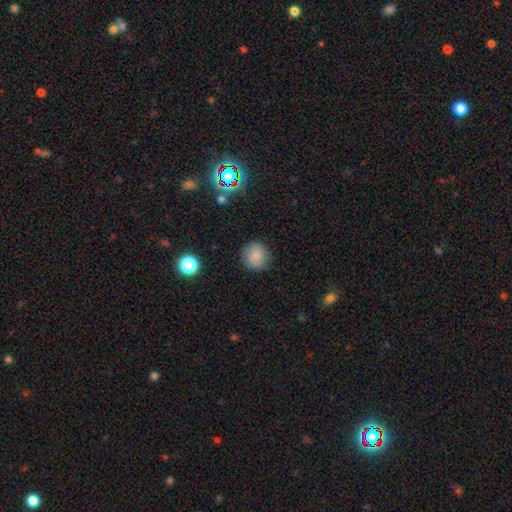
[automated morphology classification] Smooth or featured?
  - smooth: 82% *
  - star or artifact: 11%
  - featured or disk: 7%
How rounded?
  - round: 92% *
  - in between: 7%
  - cigar-shaped: 1%
Merging?
  - none: 87% *
  - minor disturbance: 9%
  - major disturbance: 3%
  - merger: 1%